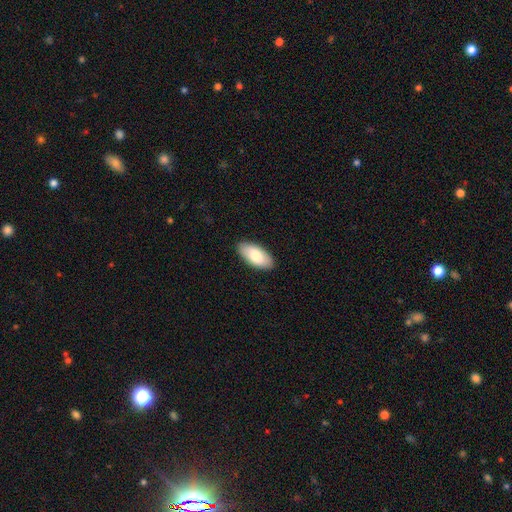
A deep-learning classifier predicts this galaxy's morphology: smooth 81%, featured or disk 14%, star or artifact 5%. Down the decision tree: how rounded — in between (92%); merging — none (89%).